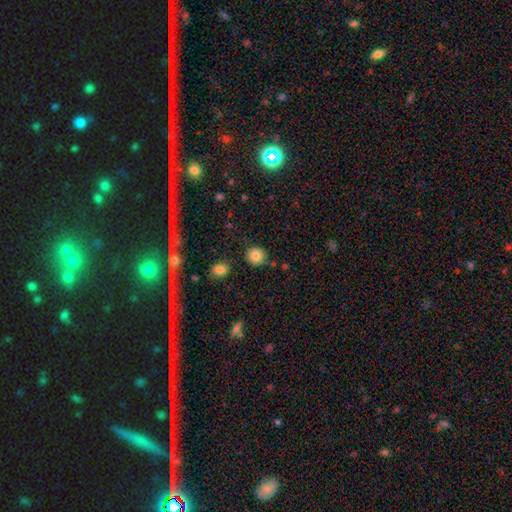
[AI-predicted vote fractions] Smooth or featured: smooth — 84% (star or artifact — 10%)
How rounded: round — 90% (in between — 9%)
Merging: none — 84% (minor disturbance — 10%)